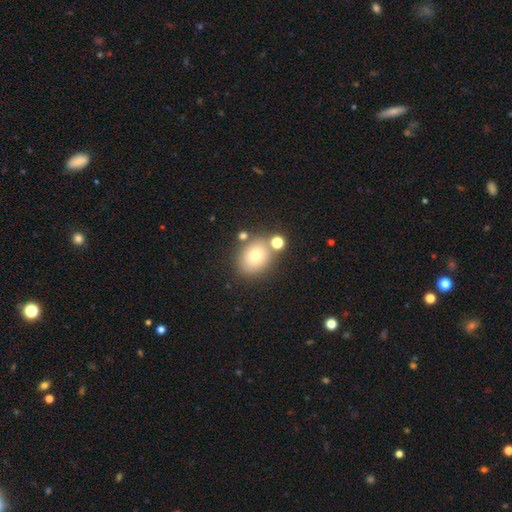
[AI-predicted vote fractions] Smooth or featured? Predicted: smooth (p=0.74). How rounded? Predicted: in between (p=0.51). Merging? Predicted: none (p=0.71).